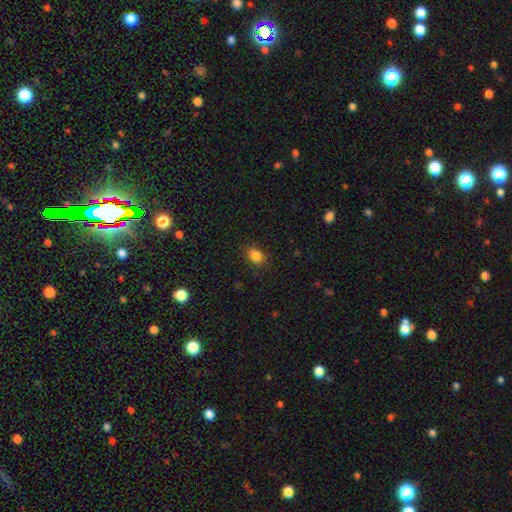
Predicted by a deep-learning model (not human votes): smooth_or_featured: smooth (p=0.85) [alt: star or artifact p=0.11]
how_rounded: in between (p=0.65) [alt: round p=0.34]
merging: none (p=0.86) [alt: minor disturbance p=0.10]